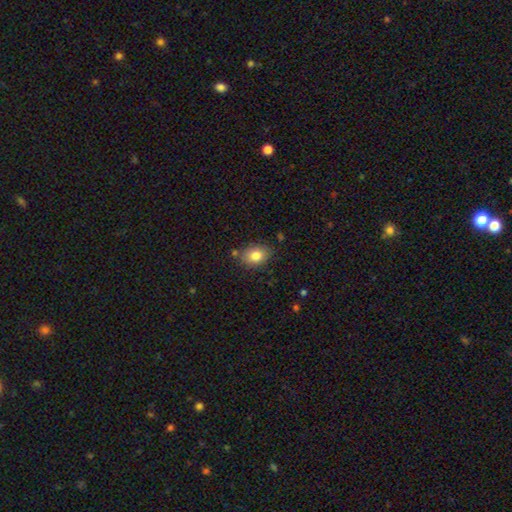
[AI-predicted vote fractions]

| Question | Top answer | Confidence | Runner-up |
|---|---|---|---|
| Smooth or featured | smooth | 82% | featured or disk (9%) |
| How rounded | in between | 70% | round (29%) |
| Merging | none | 79% | minor disturbance (14%) |